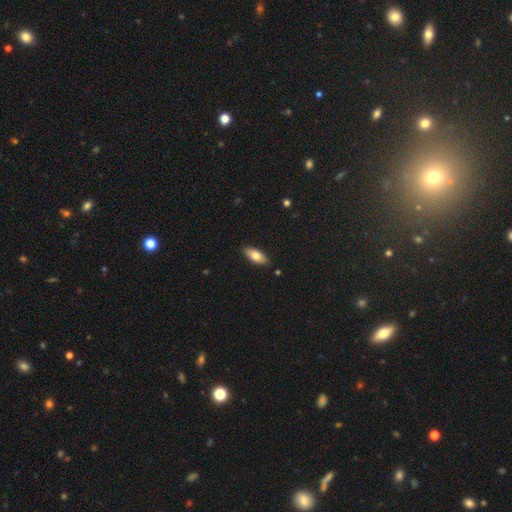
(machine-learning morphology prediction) A smooth galaxy with no disk features (75%) that is in between round and cigar-shaped (84%). Merging: none (87%).